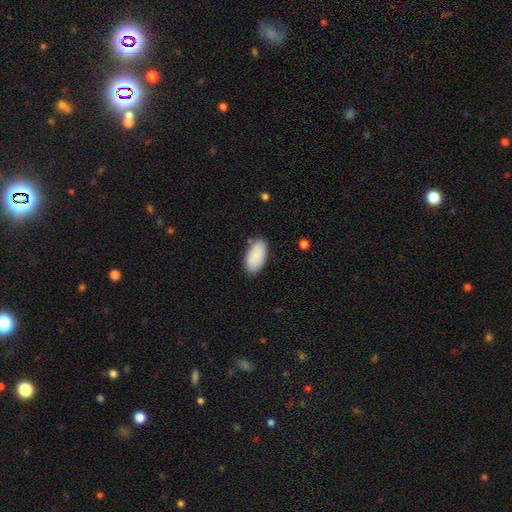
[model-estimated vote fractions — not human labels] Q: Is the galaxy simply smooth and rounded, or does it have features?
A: smooth — 89%.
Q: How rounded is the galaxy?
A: in between — 95%.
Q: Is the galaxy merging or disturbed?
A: none — 83%.